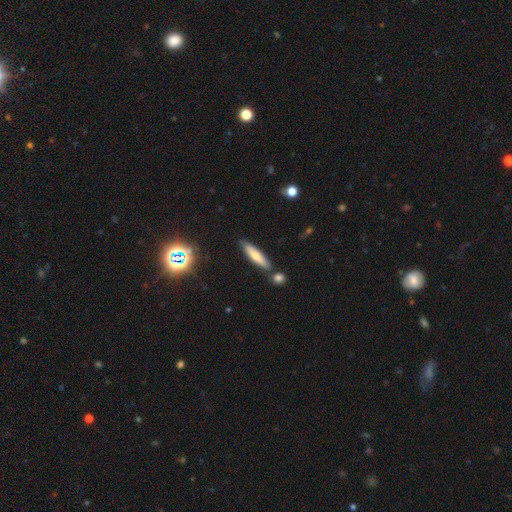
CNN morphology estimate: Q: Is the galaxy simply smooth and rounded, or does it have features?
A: smooth — 65%.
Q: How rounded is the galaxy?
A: cigar-shaped — 79%.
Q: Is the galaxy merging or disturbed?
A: none — 78%.